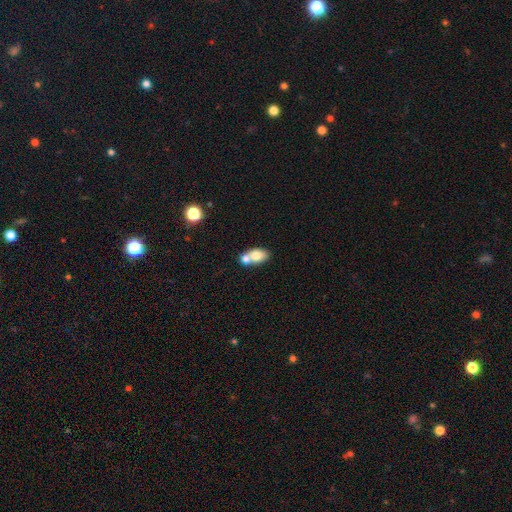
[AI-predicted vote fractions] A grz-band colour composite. It shows a smooth galaxy with no disk features (74%) that is in between round and cigar-shaped (80%). Merging: merger (57%).